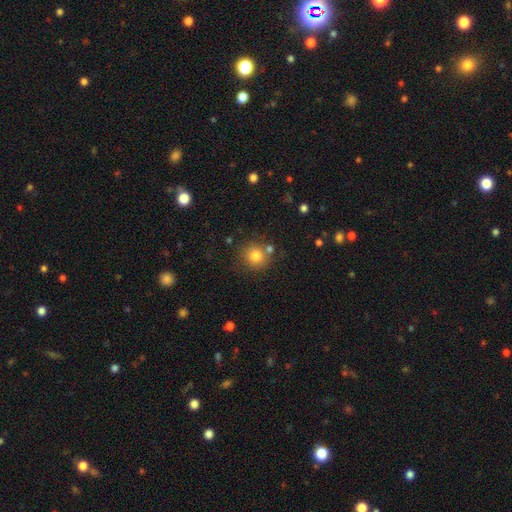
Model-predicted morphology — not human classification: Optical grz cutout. It shows a smooth galaxy with no disk features (79%) that is round (91%). Merging: none (76%).